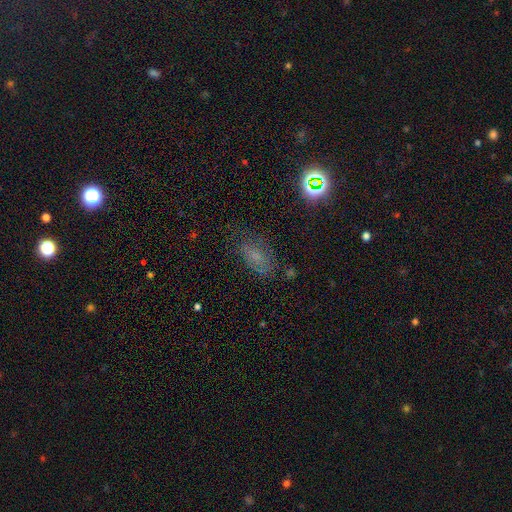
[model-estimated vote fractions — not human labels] A smooth galaxy with no disk features (47%). Merging: none (63%).